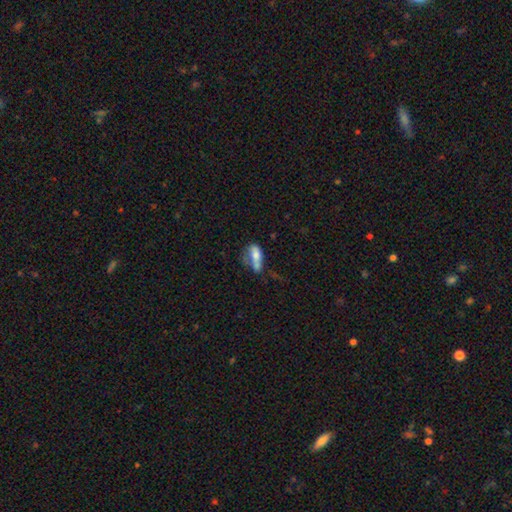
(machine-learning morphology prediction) This appears to be a smooth galaxy with no disk features (65%) that is in between round and cigar-shaped (78%). Merging: merger (33%).